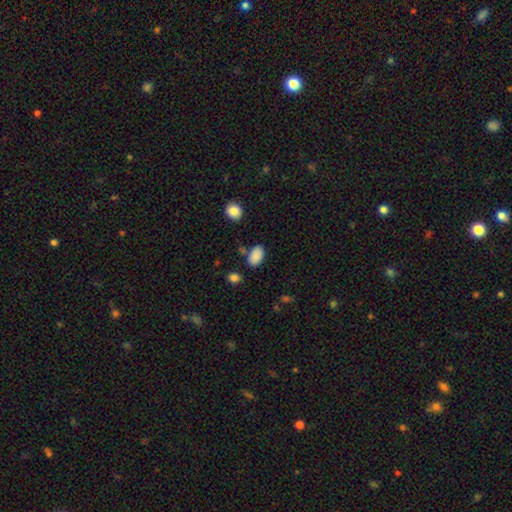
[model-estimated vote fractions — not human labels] Smooth or featured: smooth — 89% (star or artifact — 8%)
How rounded: in between — 92% (round — 6%)
Merging: none — 79% (minor disturbance — 13%)